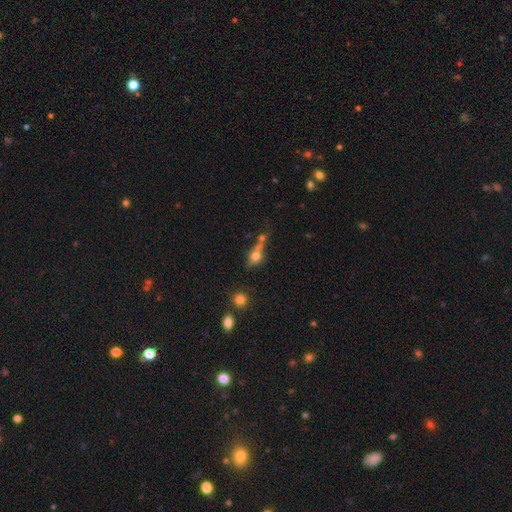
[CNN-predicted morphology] smooth-or-featured: smooth: 65% | featured or disk: 22% | star or artifact: 13%
  how-rounded: in between: 53% | round: 37% | cigar-shaped: 10%
  merging: merger: 41% | none: 34% | minor disturbance: 15% | major disturbance: 11%